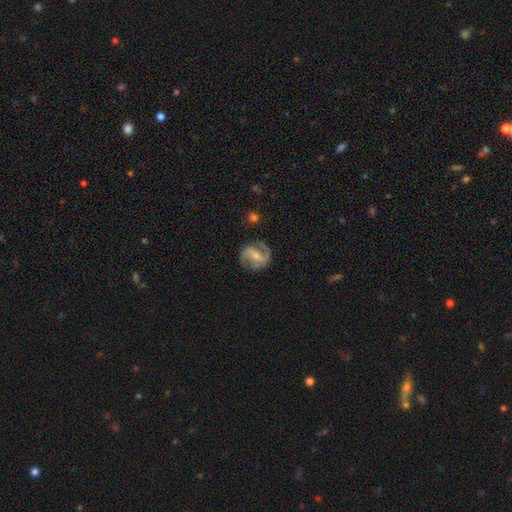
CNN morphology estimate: A featured or disk galaxy (87%) with a weak bar (41%), 2 (89%) medium (55%) spiral arms (96%) and a small central bulge (55%).

Vote fractions:
- Smooth or featured? featured or disk: 87% / smooth: 8% / star or artifact: 5%
- Edge-on disk? no: 98% / yes: 2%
- Bar? weak: 41% / strong: 38% / no: 21%
- Spiral arms? yes: 96% / no: 4%
- Spiral winding? medium: 55% / loose: 26% / tight: 20%
- Spiral arm count? 2: 89% / can't tell: 3% / 3: 3% / 1: 3% / 4: 1% / more than 4: 1%
- Bulge size? small: 55% / moderate: 40% / none: 2% / large: 1% / dominant: 1%
- Merging? none: 78% / minor disturbance: 15% / major disturbance: 6% / merger: 2%